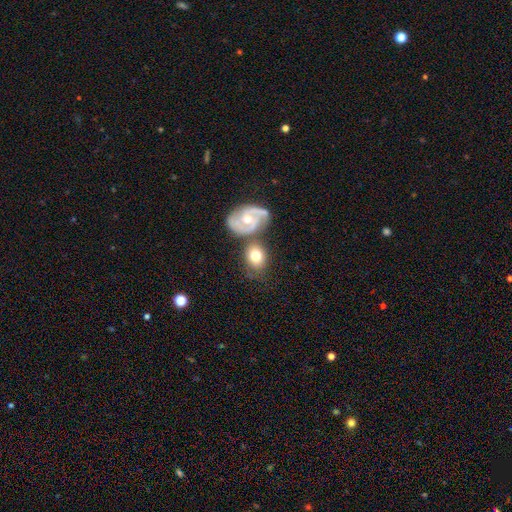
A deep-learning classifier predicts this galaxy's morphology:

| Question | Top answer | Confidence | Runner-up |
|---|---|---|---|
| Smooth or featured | smooth | 55% | featured or disk (38%) |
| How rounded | in between | 61% | round (38%) |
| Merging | none | 51% | merger (26%) |